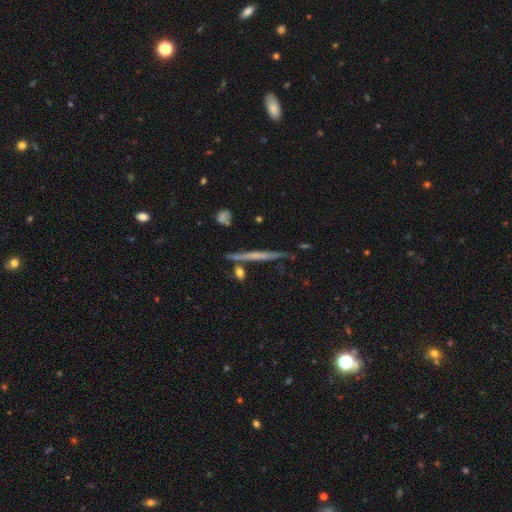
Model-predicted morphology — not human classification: This is likely a featured or disk galaxy (60%). It is clearly viewed edge-on (96%). Edge-on bulge: likely none (76%). Merging: clearly none (80%).